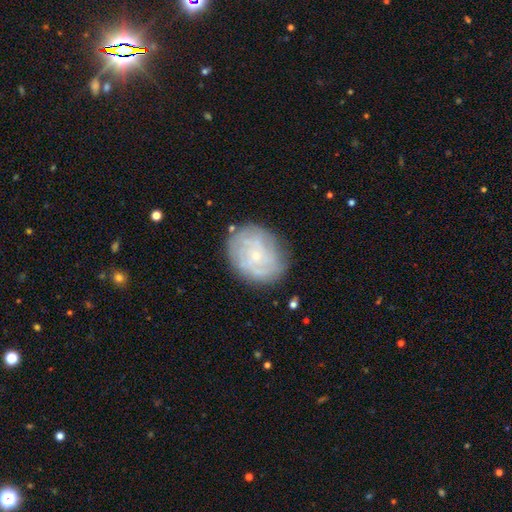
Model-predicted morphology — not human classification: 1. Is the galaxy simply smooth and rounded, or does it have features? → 64% featured or disk, 28% smooth, 8% star or artifact.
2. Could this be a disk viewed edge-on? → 97% no, 3% yes.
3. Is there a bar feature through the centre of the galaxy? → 80% no, 18% weak, 3% strong.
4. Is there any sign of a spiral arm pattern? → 79% yes, 21% no.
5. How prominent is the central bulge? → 82% small, 13% moderate, 3% none, 1% large, 1% dominant.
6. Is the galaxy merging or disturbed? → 78% none, 15% minor disturbance, 5% major disturbance, 2% merger.